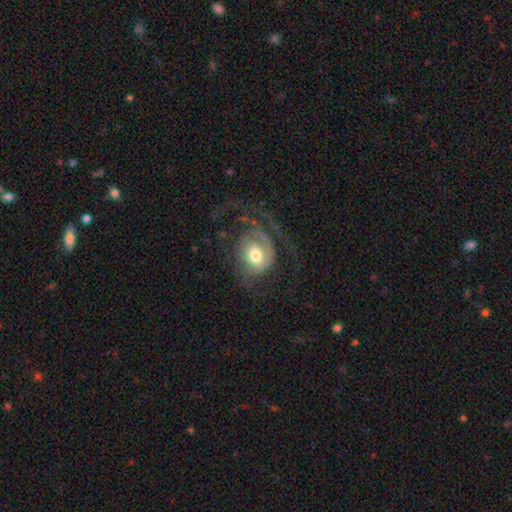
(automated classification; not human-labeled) A featured or disk galaxy (70%) with no bar (73%), 1 (43%) tight (35%) spiral arms (83%) and a moderate central bulge (63%).

Vote fractions:
- Smooth or featured? featured or disk: 70% / smooth: 23% / star or artifact: 7%
- Edge-on disk? no: 97% / yes: 3%
- Bar? no: 73% / weak: 21% / strong: 6%
- Spiral arms? yes: 83% / no: 17%
- Spiral winding? tight: 35% / medium: 34% / loose: 30%
- Spiral arm count? 1: 43% / 2: 24% / can't tell: 18% / 3: 8% / 4: 3% / more than 4: 3%
- Bulge size? moderate: 63% / large: 22% / small: 12% / dominant: 3% / none: 1%
- Merging? none: 45% / major disturbance: 37% / minor disturbance: 16% / merger: 2%